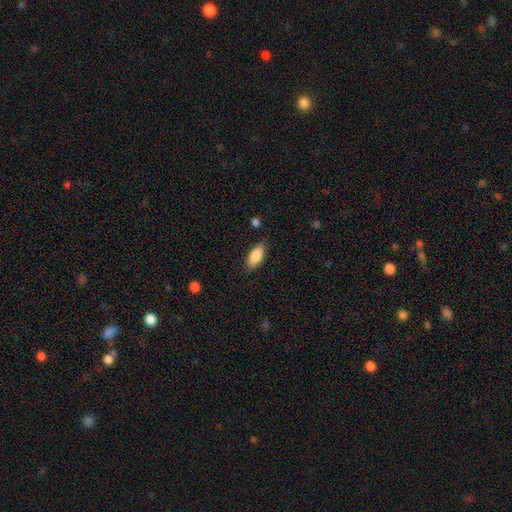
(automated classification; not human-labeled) Smooth or featured?
  - smooth: 87% *
  - featured or disk: 7%
  - star or artifact: 6%
How rounded?
  - in between: 86% *
  - cigar-shaped: 12%
  - round: 2%
Merging?
  - none: 83% *
  - minor disturbance: 12%
  - major disturbance: 3%
  - merger: 1%